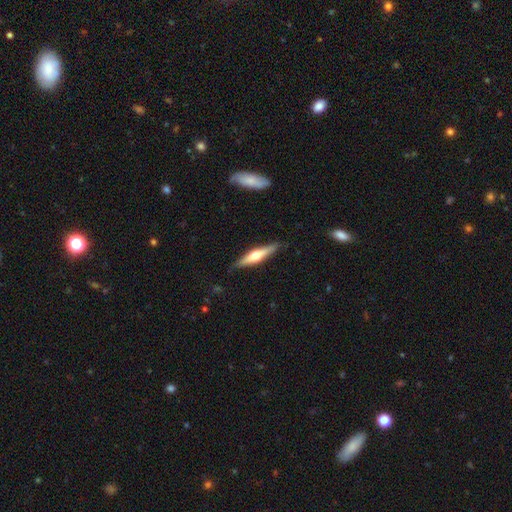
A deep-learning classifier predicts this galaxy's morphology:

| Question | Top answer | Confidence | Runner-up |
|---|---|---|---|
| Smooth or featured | featured or disk | 59% | smooth (36%) |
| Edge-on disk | yes | 95% | no (5%) |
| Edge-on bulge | rounded | 91% | boxy (4%) |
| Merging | none | 88% | minor disturbance (9%) |